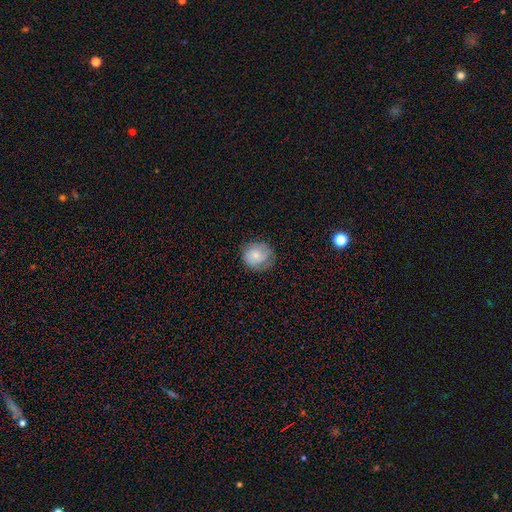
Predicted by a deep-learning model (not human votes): smooth_or_featured: smooth (p=0.70) [alt: featured or disk p=0.22]
how_rounded: round (p=0.79) [alt: in between p=0.20]
merging: none (p=0.70) [alt: minor disturbance p=0.22]